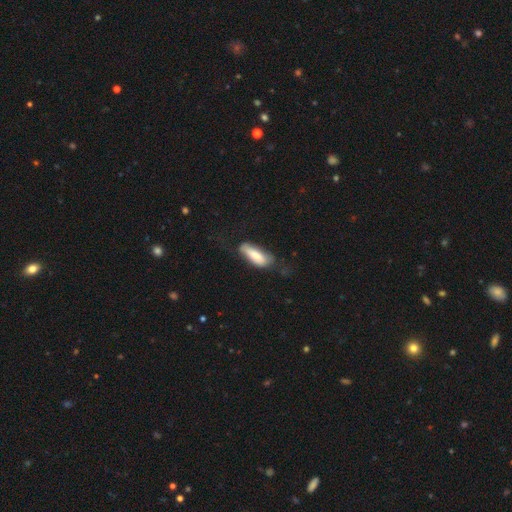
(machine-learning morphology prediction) A smooth galaxy with no disk features (75%) that is in between round and cigar-shaped (68%).

Vote fractions:
- Smooth or featured? smooth: 75% / featured or disk: 19% / star or artifact: 6%
- How rounded? in between: 68% / cigar-shaped: 30% / round: 2%
- Merging? none: 50% / minor disturbance: 31% / major disturbance: 17% / merger: 2%